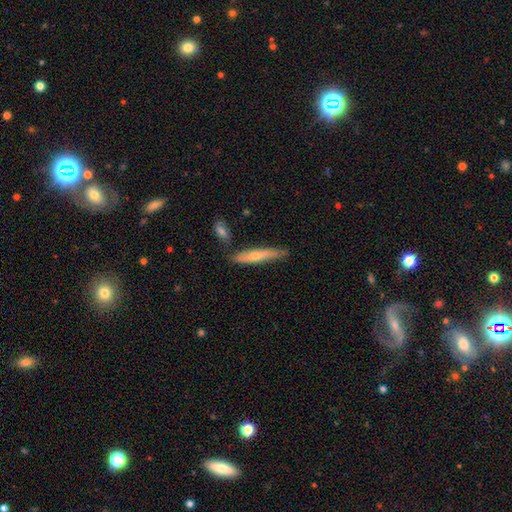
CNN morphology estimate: smooth 53%, featured or disk 41%, star or artifact 6%. Down the decision tree: how rounded — cigar-shaped (89%); merging — none (75%).